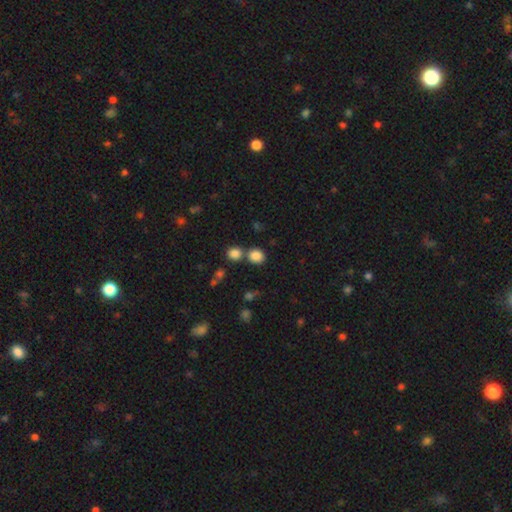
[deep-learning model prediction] Smooth or featured? Predicted: smooth (p=0.84). How rounded? Predicted: round (p=0.74). Merging? Predicted: none (p=0.64).